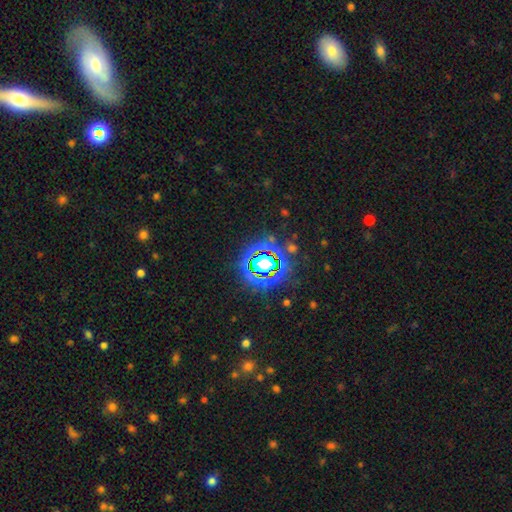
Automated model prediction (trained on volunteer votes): smooth_or_featured: star or artifact (p=0.81) [alt: smooth p=0.11]